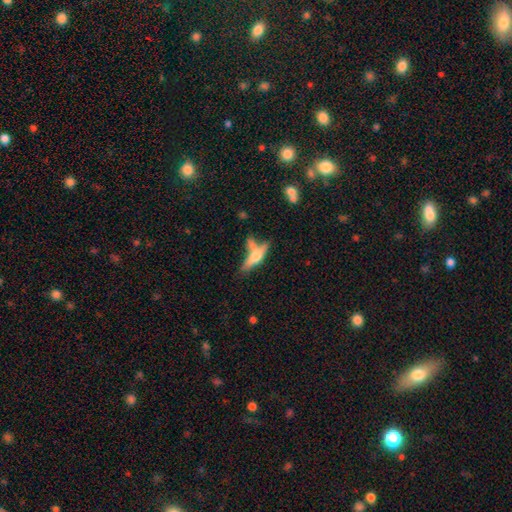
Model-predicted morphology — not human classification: Overall: featured or disk (47%; smooth 45%). Merging: none (48%; merger 29%).